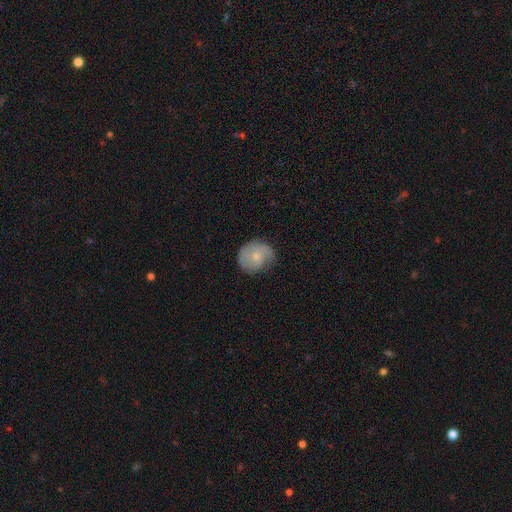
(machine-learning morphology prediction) A featured or disk galaxy (48%). Merging: none (64%).